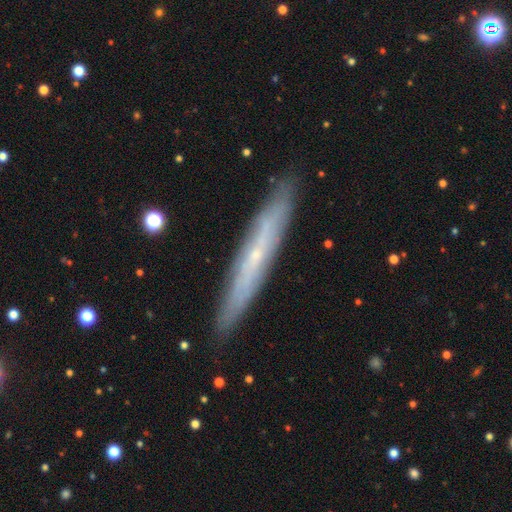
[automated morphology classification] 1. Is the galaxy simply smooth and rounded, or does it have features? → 63% featured or disk, 29% smooth, 7% star or artifact.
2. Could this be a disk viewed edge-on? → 80% yes, 20% no.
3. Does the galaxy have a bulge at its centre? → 56% none, 42% rounded, 2% boxy.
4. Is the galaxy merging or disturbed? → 89% none, 8% minor disturbance, 1% major disturbance, 1% merger.